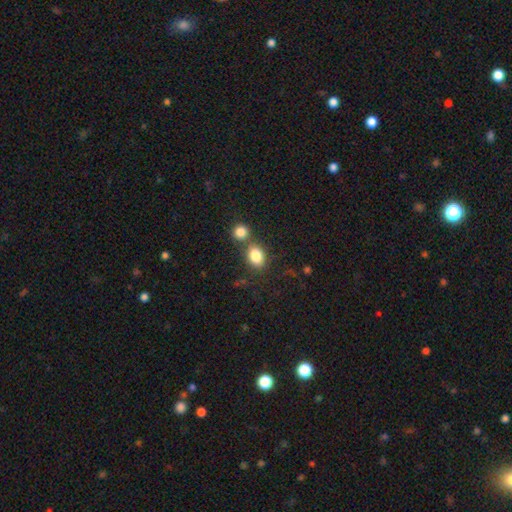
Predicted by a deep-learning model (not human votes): smooth_or_featured: smooth (p=0.84) [alt: star or artifact p=0.09]
how_rounded: in between (p=0.70) [alt: round p=0.29]
merging: none (p=0.57) [alt: merger p=0.30]